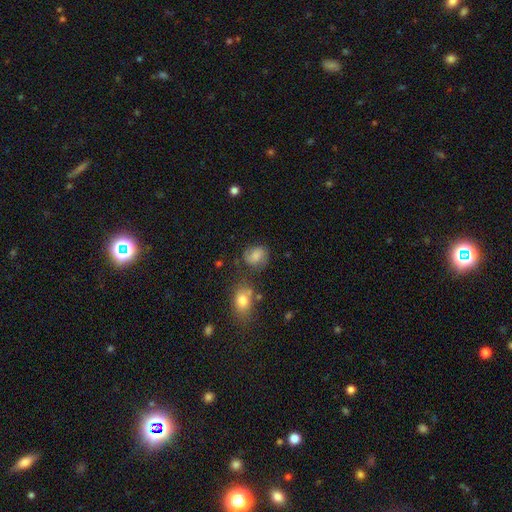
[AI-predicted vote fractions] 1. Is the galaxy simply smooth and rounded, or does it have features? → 59% smooth, 30% featured or disk, 11% star or artifact.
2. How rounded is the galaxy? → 53% round, 45% in between, 1% cigar-shaped.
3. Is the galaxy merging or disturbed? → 62% none, 23% minor disturbance, 9% major disturbance, 6% merger.